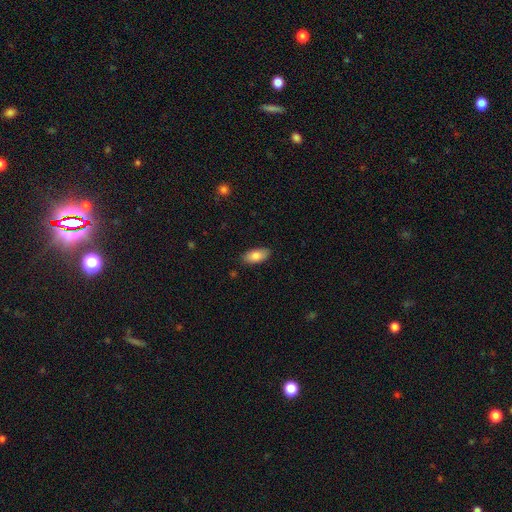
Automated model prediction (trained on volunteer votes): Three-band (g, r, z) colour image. It shows a smooth galaxy with no disk features (84%) that is in between round and cigar-shaped (91%). Merging: none (87%).